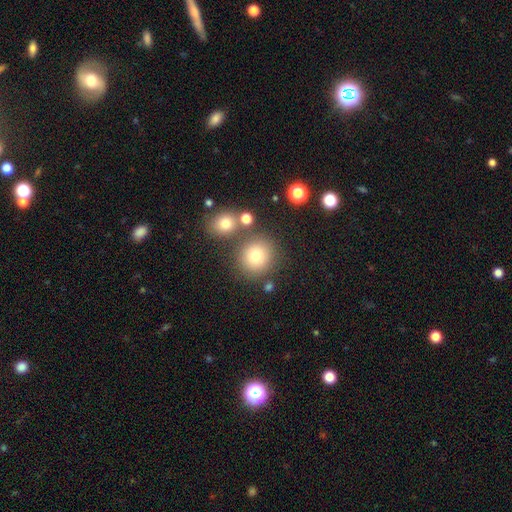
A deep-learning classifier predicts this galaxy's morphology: The model was most divided on "smooth or featured": smooth: 76%, star or artifact: 14%, featured or disk: 9%. More confident: how rounded — round (88%); merging — none (76%).